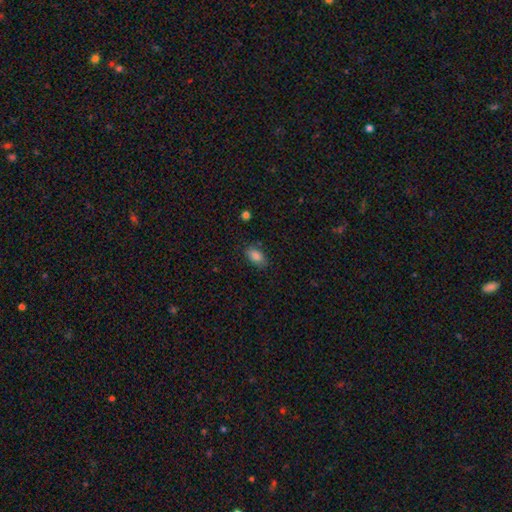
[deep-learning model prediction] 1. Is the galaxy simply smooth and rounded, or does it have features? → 86% smooth, 8% star or artifact, 6% featured or disk.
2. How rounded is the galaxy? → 91% in between, 6% round, 3% cigar-shaped.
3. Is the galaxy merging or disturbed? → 78% none, 16% minor disturbance, 4% major disturbance, 2% merger.